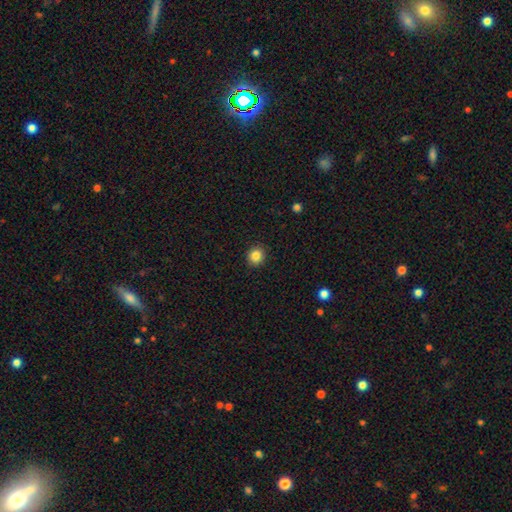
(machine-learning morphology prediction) Smooth or featured? Predicted: smooth (p=0.85). How rounded? Predicted: round (p=0.89). Merging? Predicted: none (p=0.92).